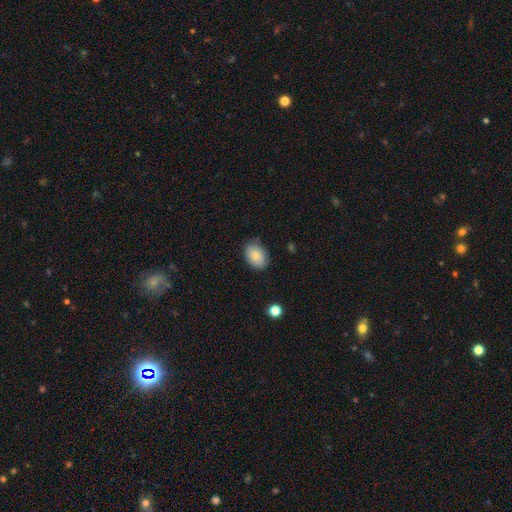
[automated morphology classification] A smooth galaxy with no disk features (82%) that is in between round and cigar-shaped (83%). Merging: none (81%).